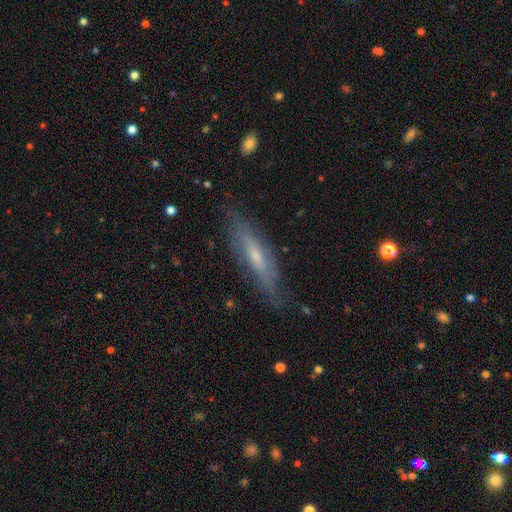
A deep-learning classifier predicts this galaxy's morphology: Smooth or featured? featured or disk (55%)
Edge-on disk? yes (73%)
Merging? none (80%)